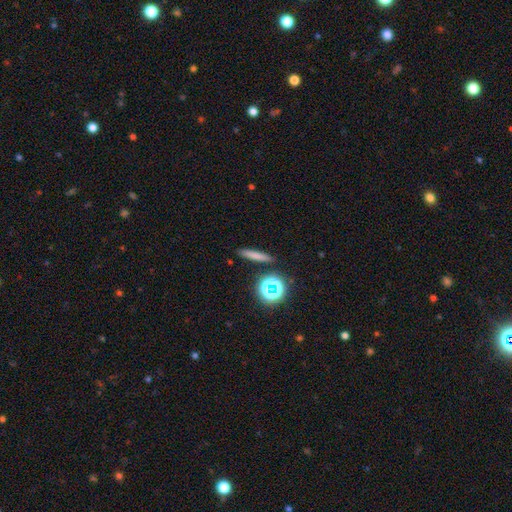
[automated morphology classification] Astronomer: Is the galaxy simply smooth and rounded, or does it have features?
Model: smooth — 69%.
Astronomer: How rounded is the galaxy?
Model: cigar-shaped — 85%.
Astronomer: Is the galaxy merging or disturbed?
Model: none — 88%.